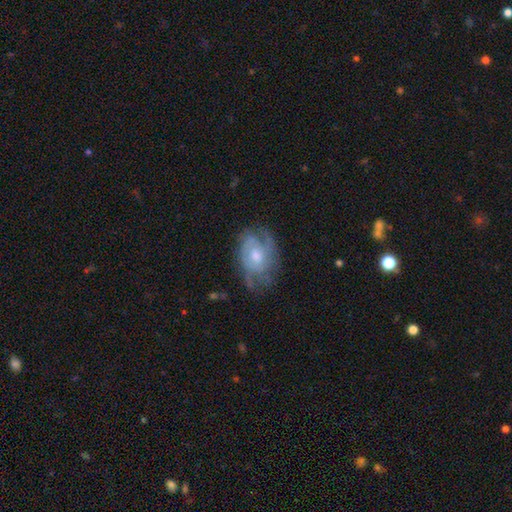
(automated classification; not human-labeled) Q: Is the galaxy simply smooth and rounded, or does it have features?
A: featured or disk — 77%.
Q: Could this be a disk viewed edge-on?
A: no — 96%.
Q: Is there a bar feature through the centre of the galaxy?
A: no — 68%.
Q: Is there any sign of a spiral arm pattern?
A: yes — 88%.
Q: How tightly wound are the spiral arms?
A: tight — 50%.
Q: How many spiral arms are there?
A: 2 — 36%.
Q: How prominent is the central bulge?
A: moderate — 59%.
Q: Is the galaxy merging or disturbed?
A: none — 59%.